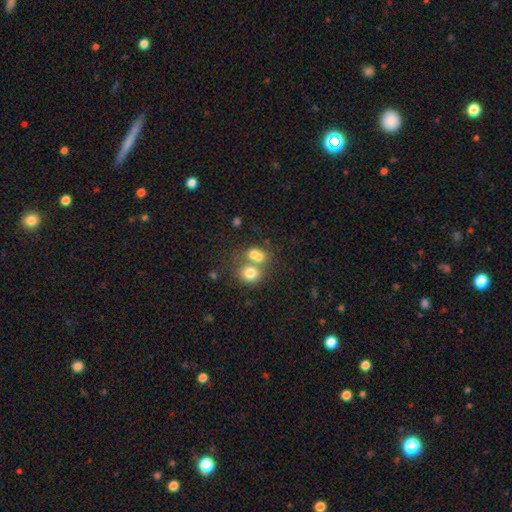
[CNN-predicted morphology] Smooth or featured? Predicted: smooth (p=0.70). How rounded? Predicted: round (p=0.61). Merging? Predicted: merger (p=0.57).